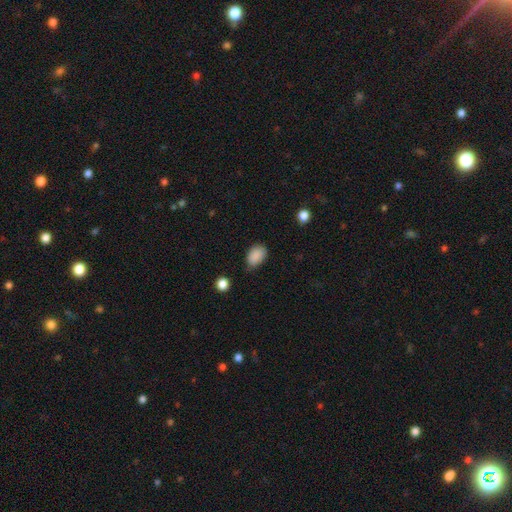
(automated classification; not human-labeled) A smooth galaxy with no disk features (88%) that is in between round and cigar-shaped (85%).

Vote fractions:
- Smooth or featured? smooth: 88% / star or artifact: 8% / featured or disk: 4%
- How rounded? in between: 85% / round: 13% / cigar-shaped: 1%
- Merging? none: 68% / minor disturbance: 26% / major disturbance: 5% / merger: 2%